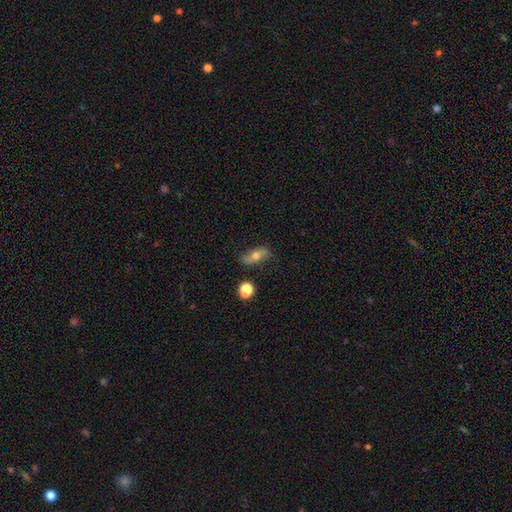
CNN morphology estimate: Overall: smooth (52%; featured or disk 38%). How rounded: in between (76%). Merging: none (74%).